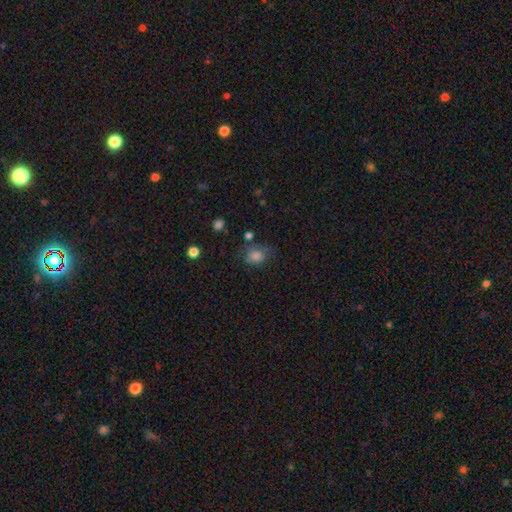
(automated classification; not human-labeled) Morphology: type=smooth (76%); roundness=in between (55%); merging=none (57%).